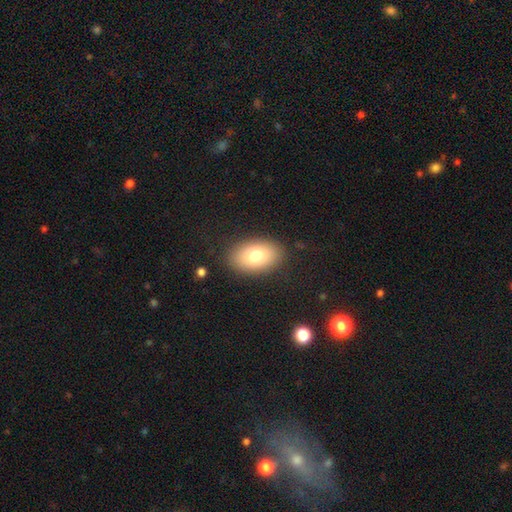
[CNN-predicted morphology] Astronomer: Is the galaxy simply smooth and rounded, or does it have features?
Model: smooth — 78%.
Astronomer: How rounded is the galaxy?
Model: in between — 90%.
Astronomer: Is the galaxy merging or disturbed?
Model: none — 86%.